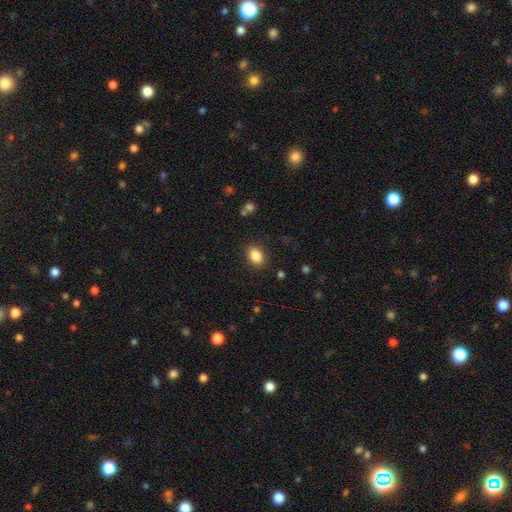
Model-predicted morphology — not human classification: Smooth or featured: smooth — 86% (star or artifact — 9%)
How rounded: in between — 76% (round — 23%)
Merging: none — 87% (minor disturbance — 9%)